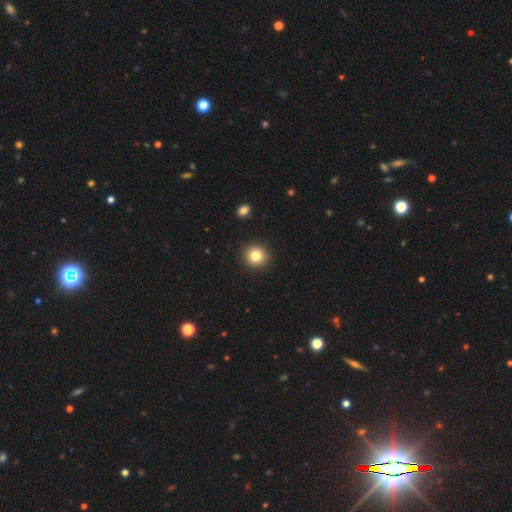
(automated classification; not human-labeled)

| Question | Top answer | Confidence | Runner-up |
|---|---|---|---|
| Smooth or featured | smooth | 83% | star or artifact (10%) |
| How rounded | round | 88% | in between (11%) |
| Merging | none | 91% | minor disturbance (6%) |